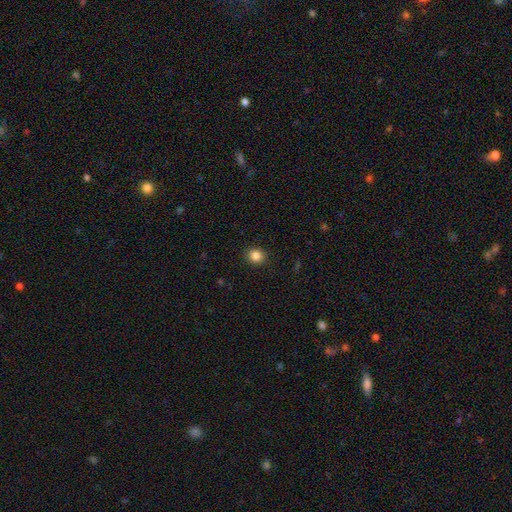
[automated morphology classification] Smooth or featured? smooth (85%)
How rounded? round (81%)
Merging? none (91%)